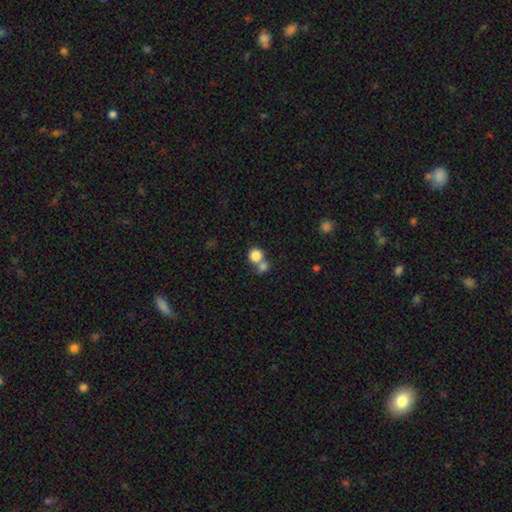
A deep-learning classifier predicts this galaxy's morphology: Smooth or featured? smooth (82%)
How rounded? round (85%)
Merging? merger (46%)